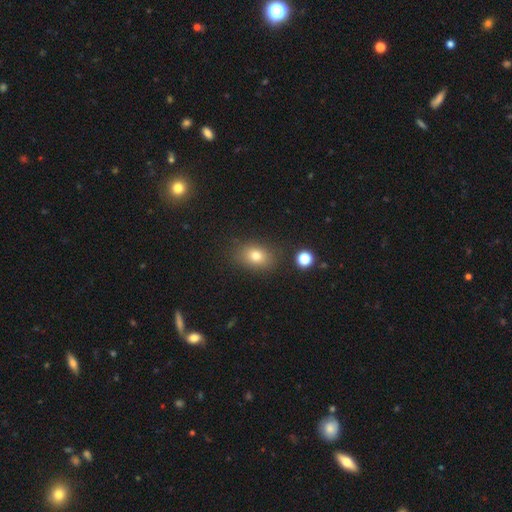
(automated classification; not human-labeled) Smooth or featured? Predicted: smooth (p=0.77). How rounded? Predicted: in between (p=0.63). Merging? Predicted: none (p=0.81).